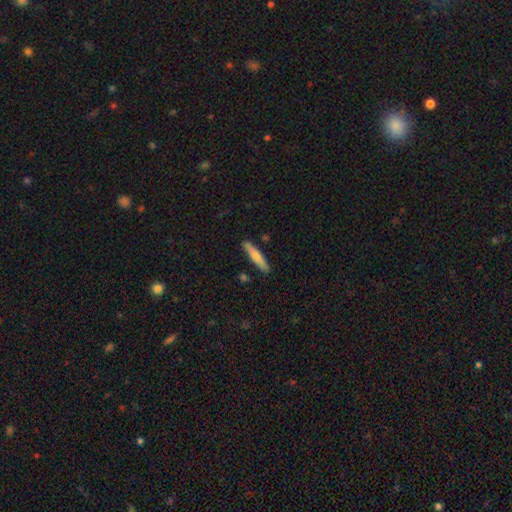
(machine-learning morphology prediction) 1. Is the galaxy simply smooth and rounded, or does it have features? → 66% smooth, 29% featured or disk, 6% star or artifact.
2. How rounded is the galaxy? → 89% cigar-shaped, 9% in between, 1% round.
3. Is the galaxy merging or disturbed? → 88% none, 8% minor disturbance, 2% merger, 2% major disturbance.